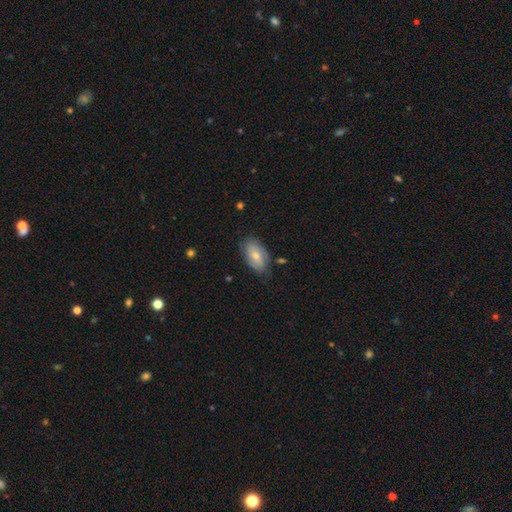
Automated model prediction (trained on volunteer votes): Morphology: type=smooth (48%); merging=none (70%).